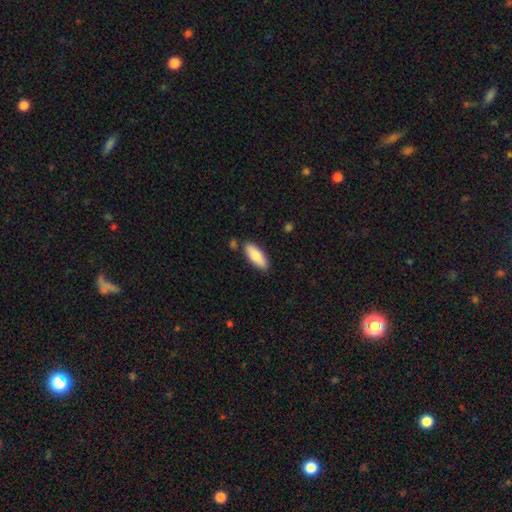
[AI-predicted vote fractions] smooth-or-featured: smooth: 82% | featured or disk: 13% | star or artifact: 6%
  how-rounded: in between: 72% | cigar-shaped: 27% | round: 2%
  merging: none: 85% | minor disturbance: 10% | merger: 3% | major disturbance: 2%